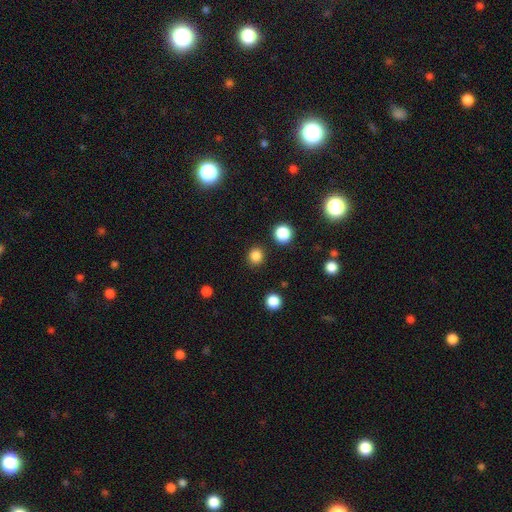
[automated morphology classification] smooth-or-featured: smooth: 83% | star or artifact: 13% | featured or disk: 3%
  how-rounded: round: 89% | in between: 10% | cigar-shaped: 1%
  merging: none: 90% | minor disturbance: 6% | major disturbance: 2% | merger: 2%